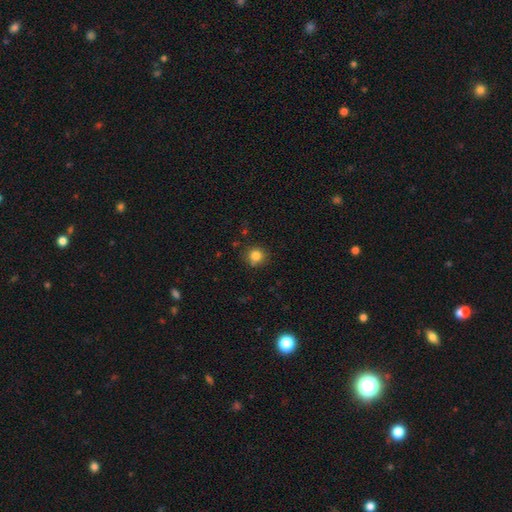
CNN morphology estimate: Smooth or featured?
  - smooth: 83% *
  - star or artifact: 12%
  - featured or disk: 5%
How rounded?
  - round: 91% *
  - in between: 8%
  - cigar-shaped: 1%
Merging?
  - none: 82% *
  - minor disturbance: 12%
  - merger: 3%
  - major disturbance: 3%